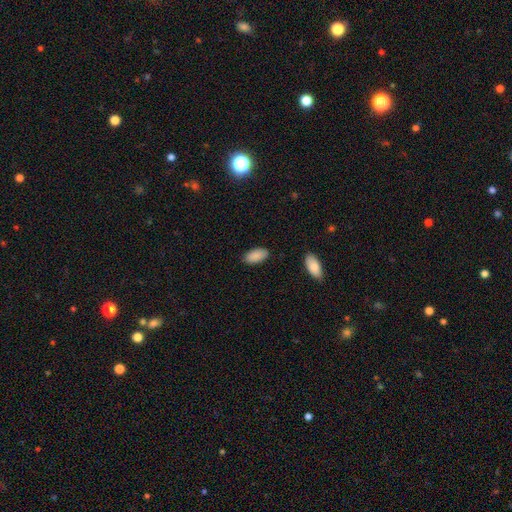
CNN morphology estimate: smooth-or-featured: smooth: 89% | star or artifact: 6% | featured or disk: 4%
  how-rounded: in between: 93% | cigar-shaped: 5% | round: 2%
  merging: none: 87% | minor disturbance: 9% | major disturbance: 2% | merger: 1%